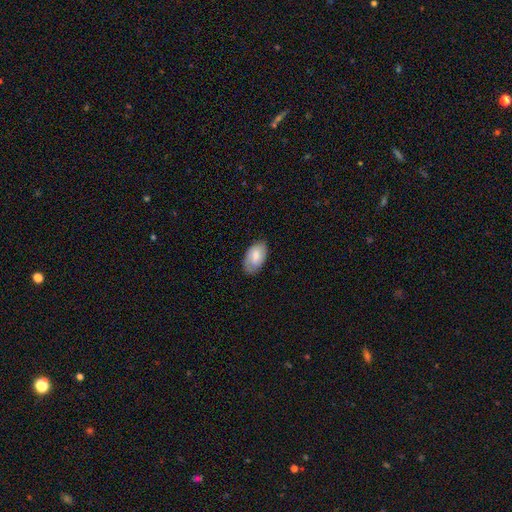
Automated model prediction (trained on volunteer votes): A smooth galaxy with no disk features (76%) that is in between round and cigar-shaped (94%). Merging: none (78%).